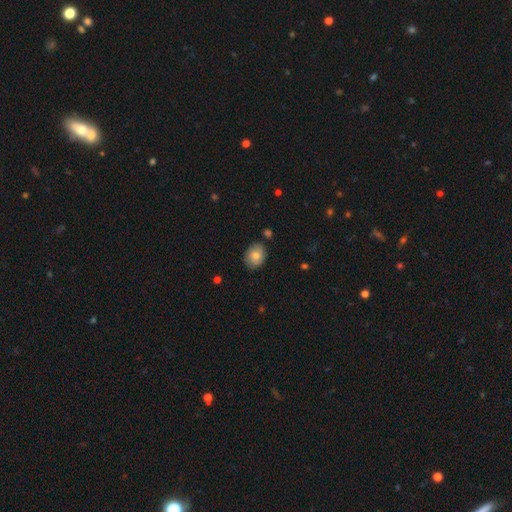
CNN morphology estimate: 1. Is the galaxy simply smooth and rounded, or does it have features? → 75% smooth, 17% featured or disk, 8% star or artifact.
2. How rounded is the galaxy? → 60% in between, 39% round, 1% cigar-shaped.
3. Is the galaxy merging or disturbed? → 78% none, 16% minor disturbance, 3% major disturbance, 3% merger.